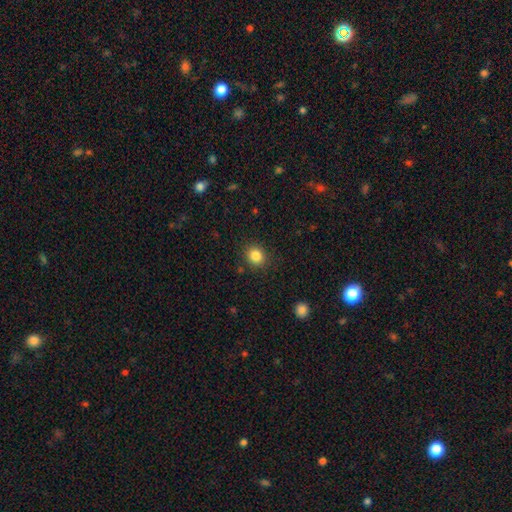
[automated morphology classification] The model was most divided on "how rounded": round: 77%, in between: 22%, cigar-shaped: 1%. More confident: merging — none (88%); smooth or featured — smooth (85%).